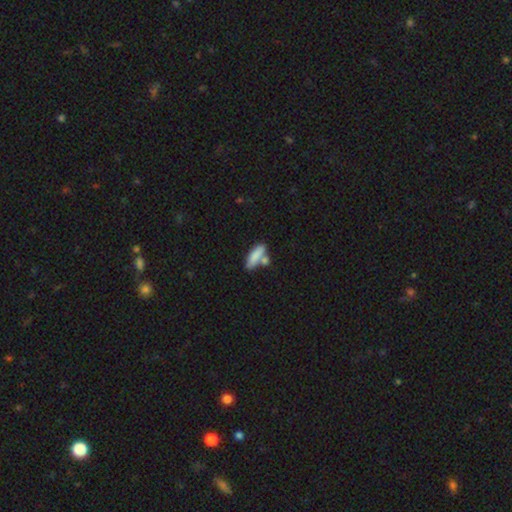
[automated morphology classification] This is clearly a smooth galaxy (83%). How rounded: possibly in between (55%). Merging: possibly none (54%).